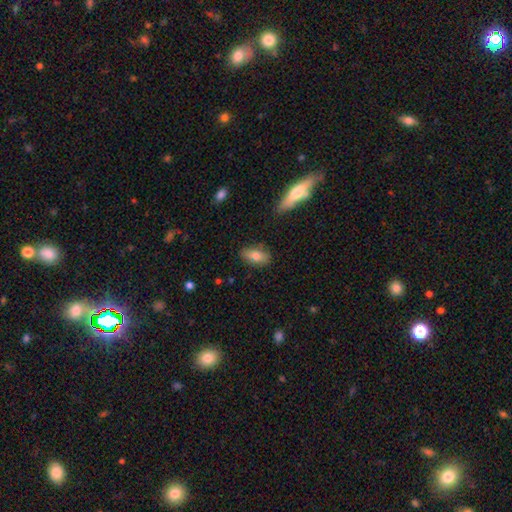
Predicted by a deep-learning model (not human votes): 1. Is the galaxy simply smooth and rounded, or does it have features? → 79% smooth, 14% featured or disk, 7% star or artifact.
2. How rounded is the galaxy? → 88% in between, 8% cigar-shaped, 4% round.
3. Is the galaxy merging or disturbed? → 83% none, 13% minor disturbance, 3% major disturbance, 2% merger.